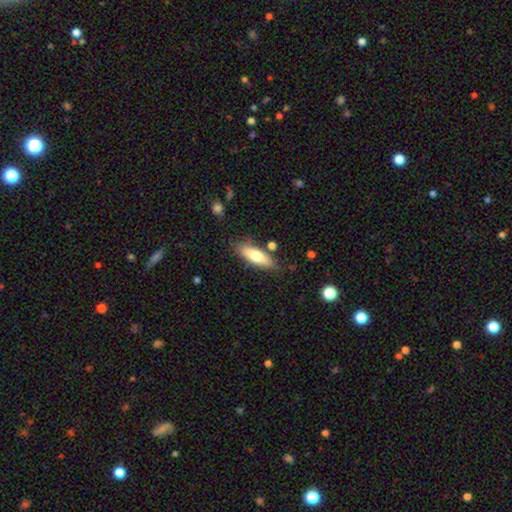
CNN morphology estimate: Smooth or featured: smooth — 70% (featured or disk — 23%)
How rounded: in between — 57% (cigar-shaped — 41%)
Merging: none — 77% (minor disturbance — 15%)